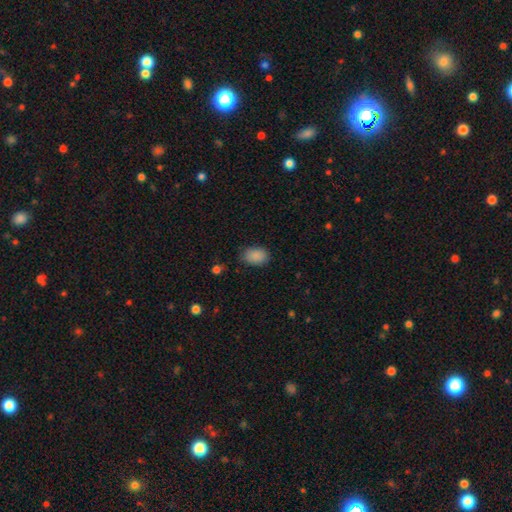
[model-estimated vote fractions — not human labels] Smooth or featured? Predicted: smooth (p=0.88). How rounded? Predicted: in between (p=0.82). Merging? Predicted: none (p=0.79).